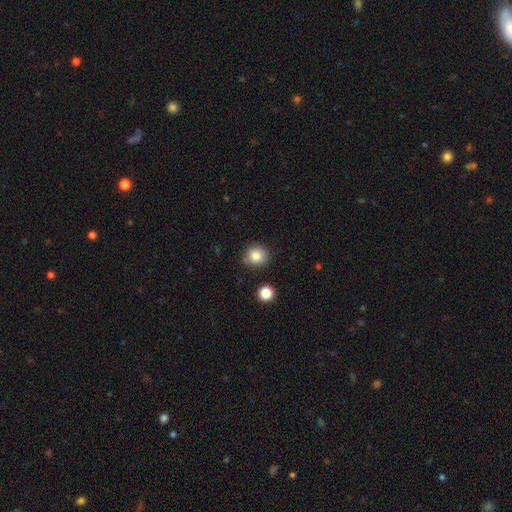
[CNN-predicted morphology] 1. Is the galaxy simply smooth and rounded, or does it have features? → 85% smooth, 10% star or artifact, 6% featured or disk.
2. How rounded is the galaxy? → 86% round, 13% in between, 1% cigar-shaped.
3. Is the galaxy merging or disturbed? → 82% none, 12% minor disturbance, 4% merger, 3% major disturbance.